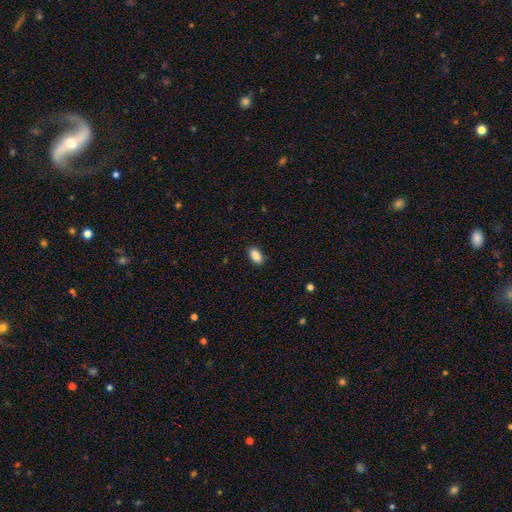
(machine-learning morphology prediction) type=smooth (89%); roundness=in between (92%); merging=none (88%).